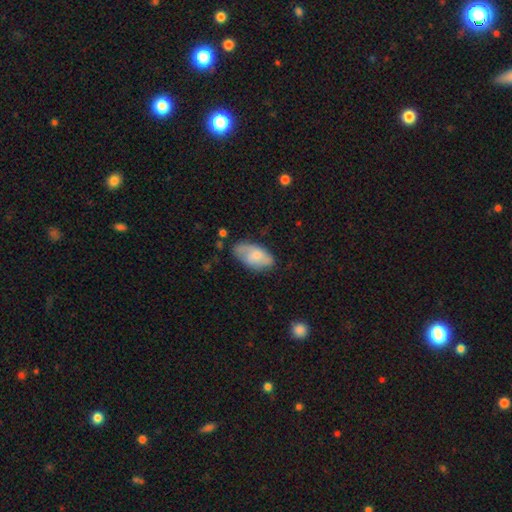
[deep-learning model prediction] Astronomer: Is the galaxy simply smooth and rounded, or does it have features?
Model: smooth — 66%.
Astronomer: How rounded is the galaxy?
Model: in between — 94%.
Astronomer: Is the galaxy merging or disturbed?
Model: none — 59%.